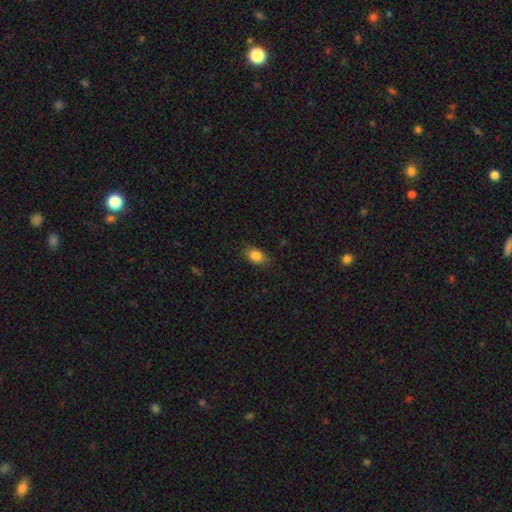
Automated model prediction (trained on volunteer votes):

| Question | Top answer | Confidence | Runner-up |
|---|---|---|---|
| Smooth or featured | smooth | 86% | star or artifact (9%) |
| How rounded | in between | 81% | round (17%) |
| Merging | none | 84% | minor disturbance (12%) |